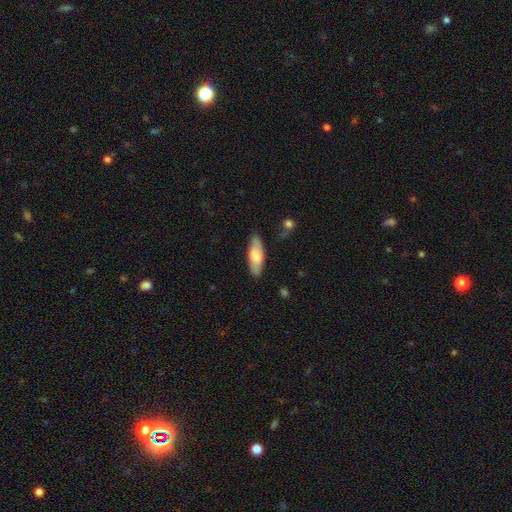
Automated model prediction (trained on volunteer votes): smooth 66%, featured or disk 28%, star or artifact 6%. Down the decision tree: how rounded — in between (63%); merging — none (83%).